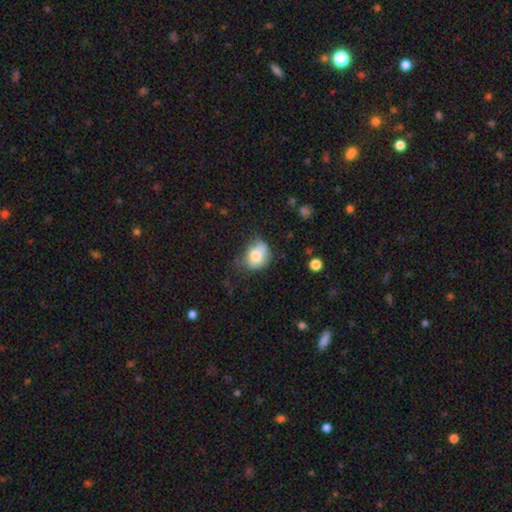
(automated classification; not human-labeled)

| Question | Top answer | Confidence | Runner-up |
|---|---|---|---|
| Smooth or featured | smooth | 74% | featured or disk (17%) |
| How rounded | round | 58% | in between (41%) |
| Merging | none | 41% | minor disturbance (31%) |